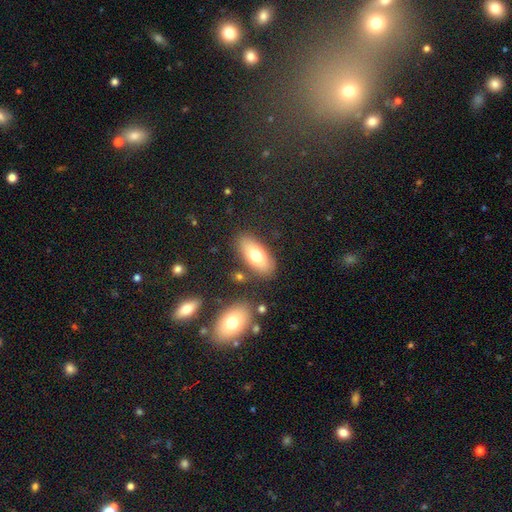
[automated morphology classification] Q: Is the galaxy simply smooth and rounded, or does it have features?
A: smooth — 70%.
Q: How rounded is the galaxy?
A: in between — 85%.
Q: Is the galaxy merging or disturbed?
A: none — 81%.